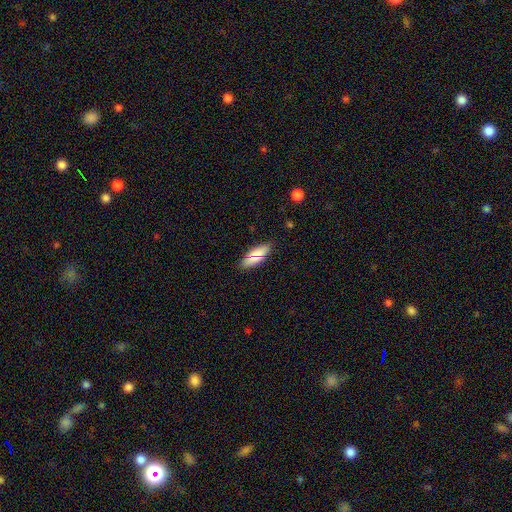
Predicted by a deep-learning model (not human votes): Morphology: type=smooth (74%); roundness=in between (65%); merging=none (86%).